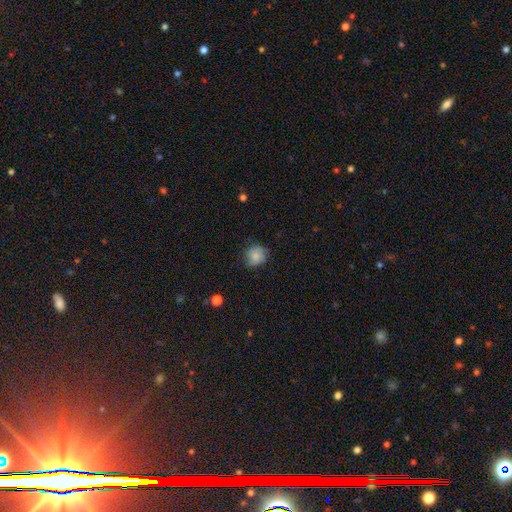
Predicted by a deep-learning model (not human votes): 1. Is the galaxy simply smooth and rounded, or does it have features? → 75% smooth, 16% featured or disk, 9% star or artifact.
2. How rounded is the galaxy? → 78% round, 21% in between, 1% cigar-shaped.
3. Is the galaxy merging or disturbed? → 68% none, 24% minor disturbance, 6% major disturbance, 1% merger.